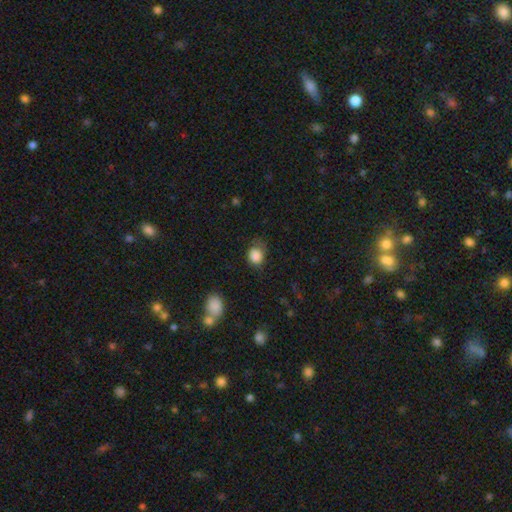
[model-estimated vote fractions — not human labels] This appears to be a smooth galaxy with no disk features (86%) that is round (66%). Merging: none (57%).